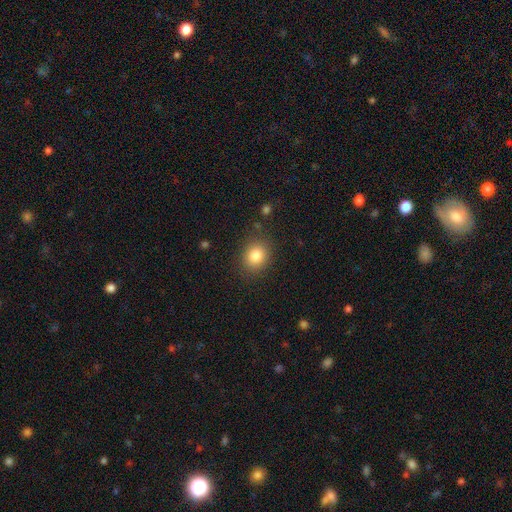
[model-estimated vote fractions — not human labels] A smooth galaxy with no disk features (83%) that is round (67%). Merging: none (85%).